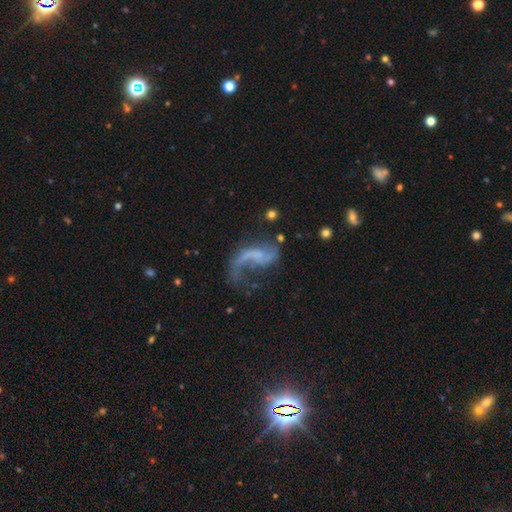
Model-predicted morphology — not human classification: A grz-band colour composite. It shows a featured or disk galaxy (79%) with no bar (55%), 2 (60%) loose (87%) spiral arms (87%) and no central bulge (58%). Merging: none (39%).